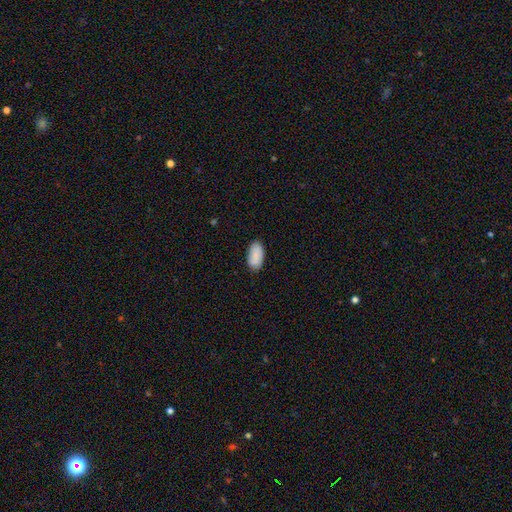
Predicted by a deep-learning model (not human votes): Q: Smooth or featured?
A: smooth (88%); runner-up: star or artifact (6%)
Q: How rounded?
A: in between (95%); runner-up: round (2%)
Q: Merging?
A: none (82%); runner-up: minor disturbance (15%)